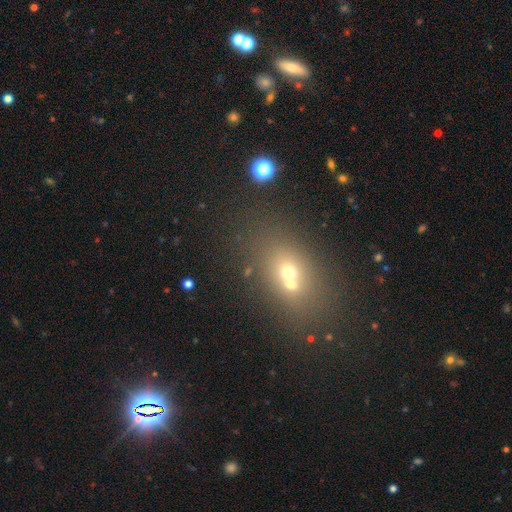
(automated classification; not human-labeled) This is possibly a smooth galaxy (51%). How rounded: likely in between (67%). Merging: likely none (72%).